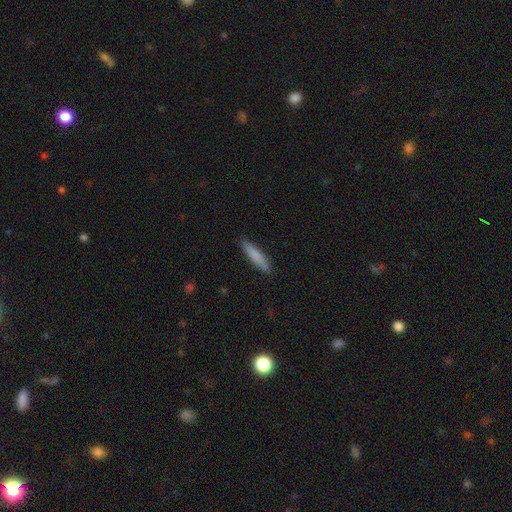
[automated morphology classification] The model was most divided on "smooth or featured": smooth: 80%, featured or disk: 14%, star or artifact: 6%. More confident: how rounded — cigar-shaped (89%); merging — none (89%).